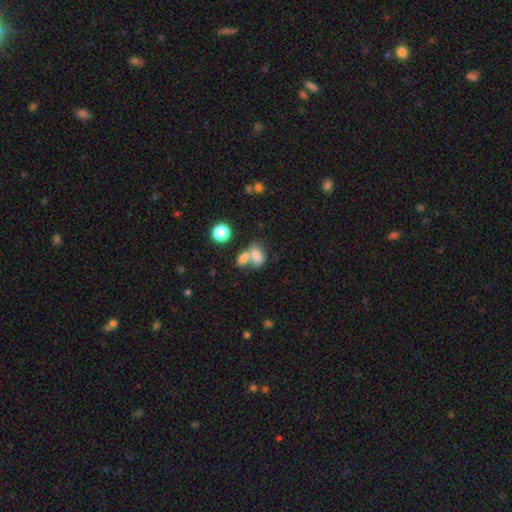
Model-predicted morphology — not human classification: Smooth or featured?
  - smooth: 77% *
  - featured or disk: 12%
  - star or artifact: 11%
How rounded?
  - in between: 77% *
  - round: 21%
  - cigar-shaped: 2%
Merging?
  - merger: 57% *
  - none: 28%
  - minor disturbance: 9%
  - major disturbance: 6%